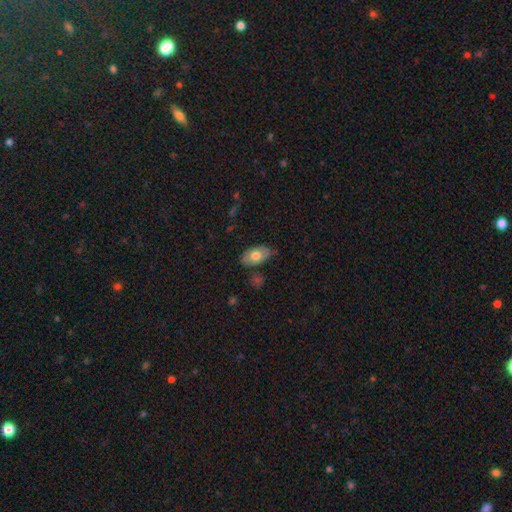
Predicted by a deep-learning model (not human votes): This appears to be a smooth galaxy with no disk features (70%) that is in between round and cigar-shaped (94%). Merging: none (75%).